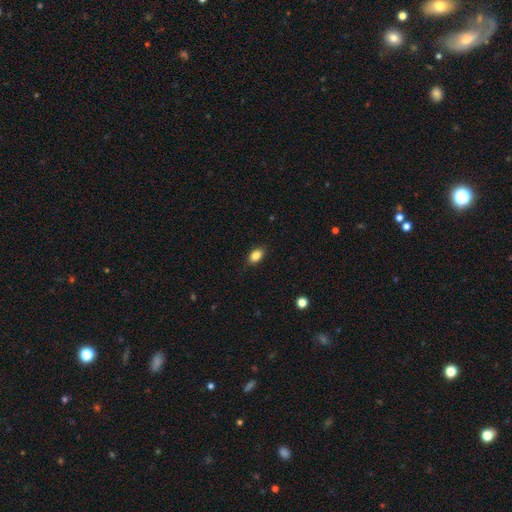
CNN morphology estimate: smooth_or_featured: smooth (p=0.85) [alt: star or artifact p=0.09]
how_rounded: in between (p=0.84) [alt: round p=0.14]
merging: none (p=0.87) [alt: minor disturbance p=0.10]